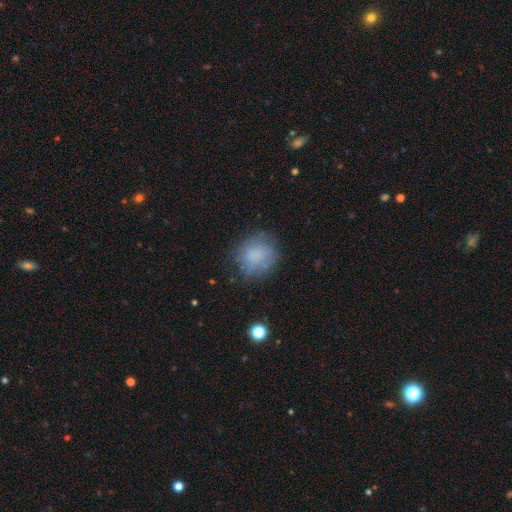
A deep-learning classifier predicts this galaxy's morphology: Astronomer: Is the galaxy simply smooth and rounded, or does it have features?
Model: smooth — 64%.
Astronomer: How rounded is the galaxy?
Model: round — 69%.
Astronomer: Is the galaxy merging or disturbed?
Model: none — 62%.